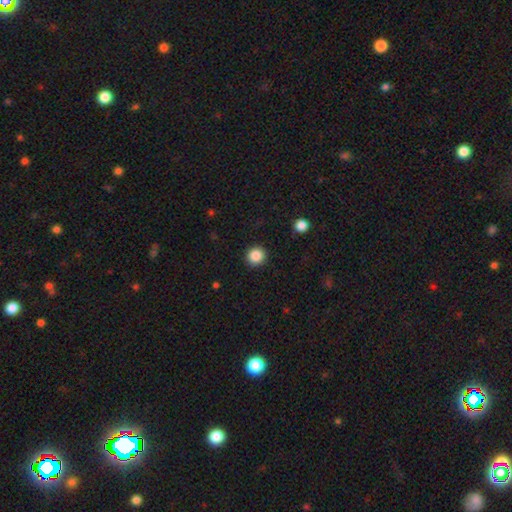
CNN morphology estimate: A smooth galaxy with no disk features (86%) that is round (94%).

Vote fractions:
- Smooth or featured? smooth: 86% / star or artifact: 10% / featured or disk: 4%
- How rounded? round: 94% / in between: 5% / cigar-shaped: 1%
- Merging? none: 92% / minor disturbance: 5% / major disturbance: 2% / merger: 1%